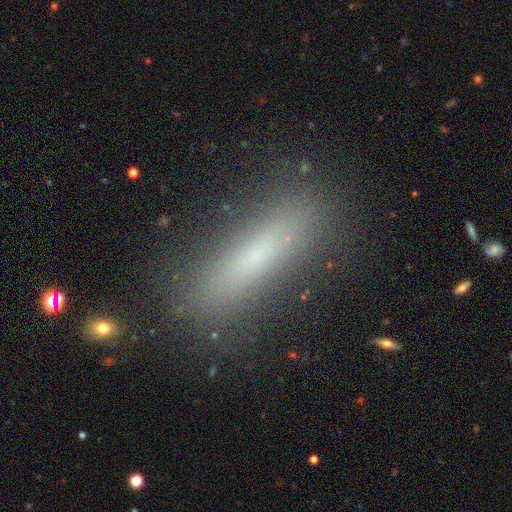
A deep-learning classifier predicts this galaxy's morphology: This appears to be a smooth galaxy with no disk features (67%) that is cigar-shaped (78%). Merging: none (85%).